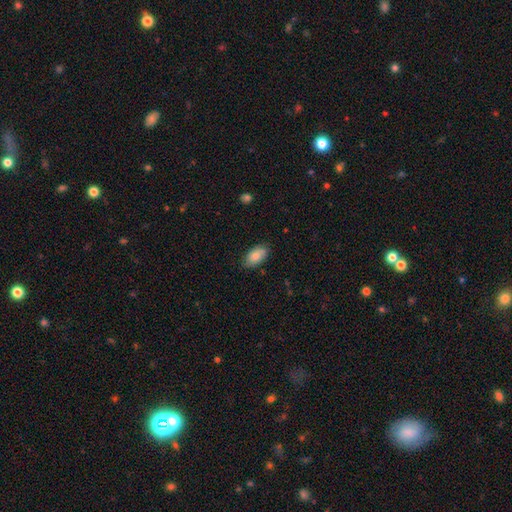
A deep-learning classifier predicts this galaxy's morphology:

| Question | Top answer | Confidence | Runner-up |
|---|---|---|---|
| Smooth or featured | smooth | 83% | featured or disk (11%) |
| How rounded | in between | 94% | round (4%) |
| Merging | none | 83% | minor disturbance (14%) |